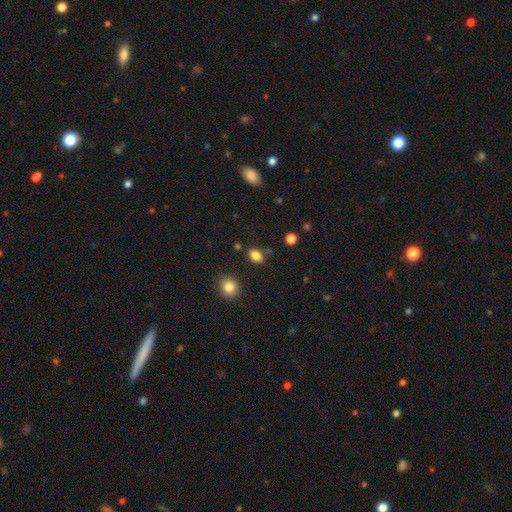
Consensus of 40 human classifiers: smooth_or_featured: smooth (p=0.90) [alt: star or artifact p=0.07]
how_rounded: in between (p=0.92) [alt: round p=0.08]
merging: none (p=0.92) [alt: minor disturbance p=0.08]